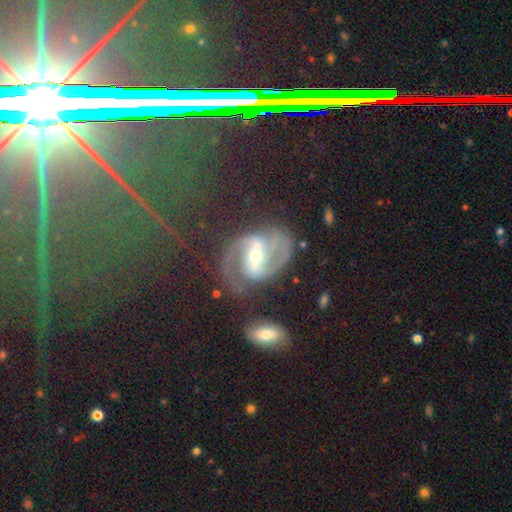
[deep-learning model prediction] A featured or disk galaxy (87%) with a strong bar (46%), 2 (87%) medium (56%) spiral arms (97%) and a moderate central bulge (60%). Merging: none (66%).